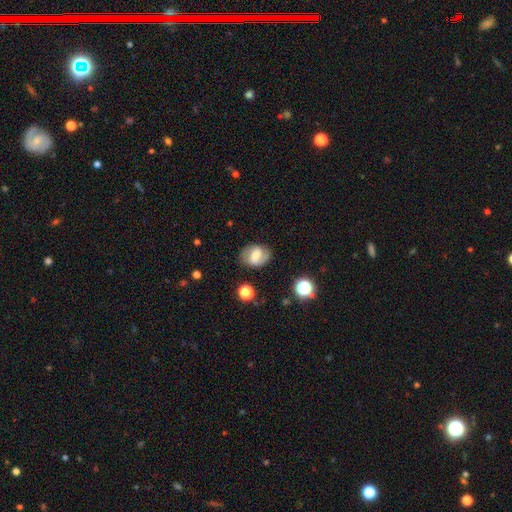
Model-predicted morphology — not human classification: featured or disk 49%, smooth 42%, star or artifact 9%. Down the decision tree: merging — none (78%).